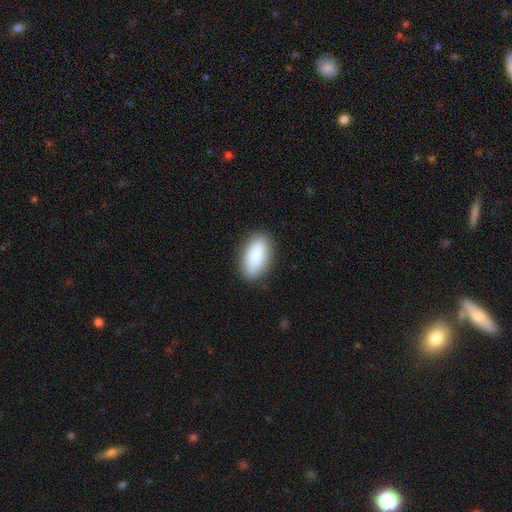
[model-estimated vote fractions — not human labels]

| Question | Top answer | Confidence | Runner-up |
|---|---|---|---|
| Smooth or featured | smooth | 88% | star or artifact (6%) |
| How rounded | in between | 91% | cigar-shaped (5%) |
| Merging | none | 87% | minor disturbance (9%) |